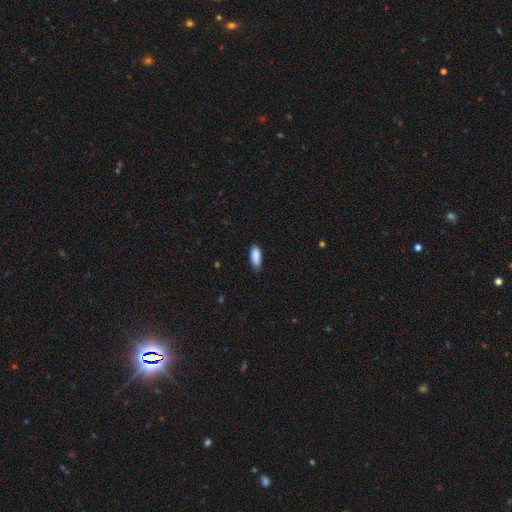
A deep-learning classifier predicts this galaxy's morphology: A smooth galaxy with no disk features (89%) that is in between round and cigar-shaped (77%).

Vote fractions:
- Smooth or featured? smooth: 89% / star or artifact: 7% / featured or disk: 5%
- How rounded? in between: 77% / cigar-shaped: 21% / round: 2%
- Merging? none: 76% / minor disturbance: 20% / major disturbance: 3% / merger: 1%